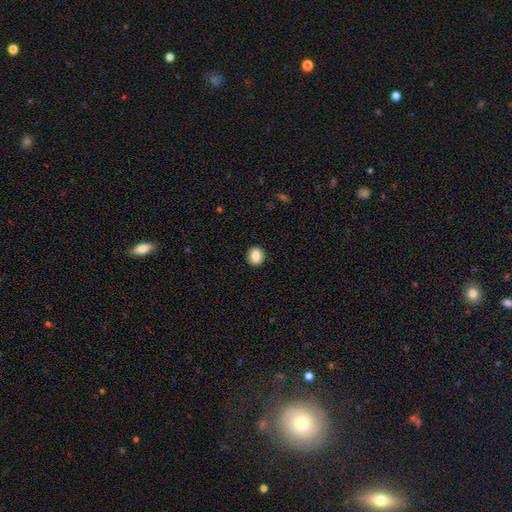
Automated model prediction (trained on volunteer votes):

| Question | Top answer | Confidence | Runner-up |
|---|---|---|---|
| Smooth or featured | smooth | 84% | star or artifact (9%) |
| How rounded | round | 73% | in between (26%) |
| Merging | none | 91% | minor disturbance (6%) |